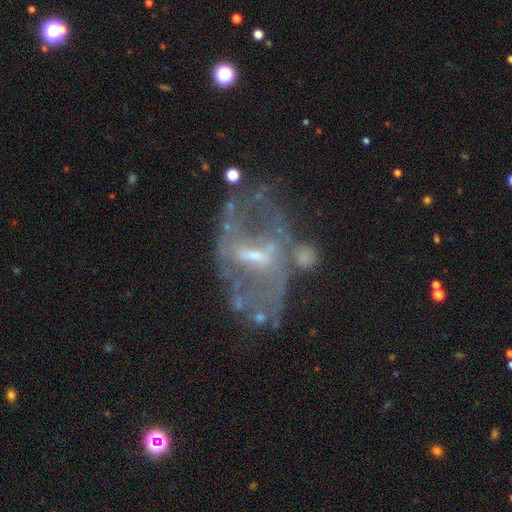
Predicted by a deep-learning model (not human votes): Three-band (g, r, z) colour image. It shows a featured or disk galaxy (74%) with a weak bar (43%), no spiral arms (58%) and a small central bulge (48%). Merging: none (39%).